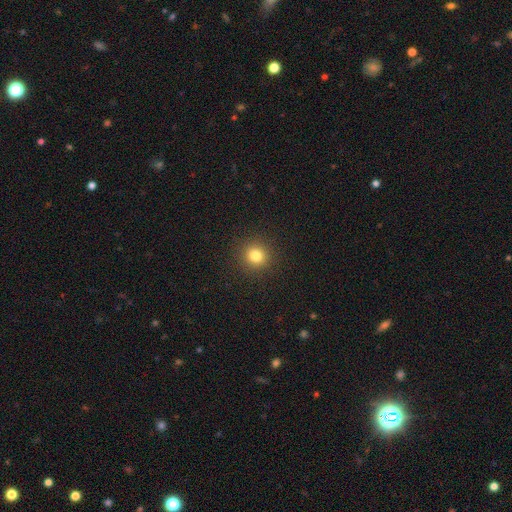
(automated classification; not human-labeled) smooth-or-featured: smooth: 80% | star or artifact: 14% | featured or disk: 6%
  how-rounded: round: 93% | in between: 6% | cigar-shaped: 1%
  merging: none: 92% | minor disturbance: 5% | major disturbance: 2% | merger: 1%